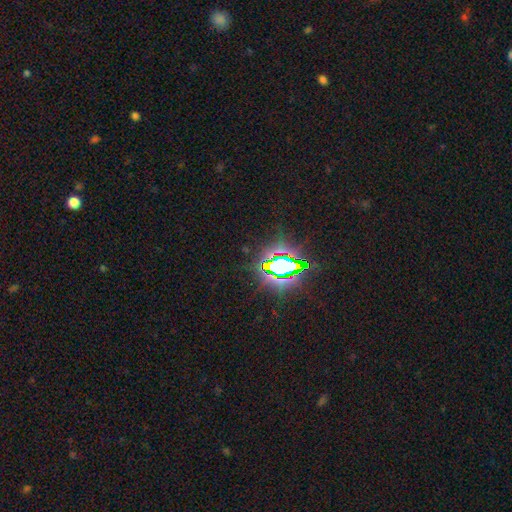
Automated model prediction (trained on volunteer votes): star or artifact 82%, smooth 11%, featured or disk 7%.